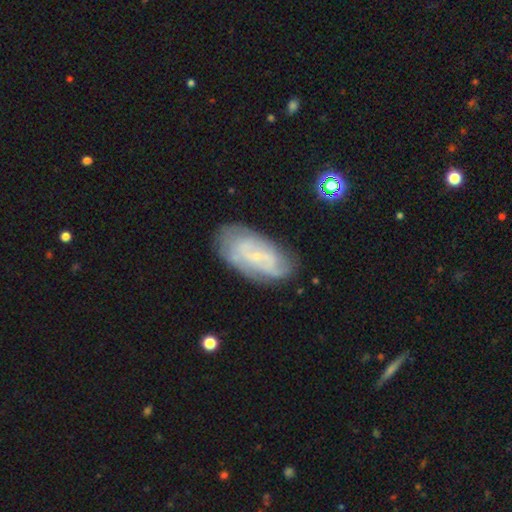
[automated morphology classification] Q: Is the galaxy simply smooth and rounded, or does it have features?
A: featured or disk — 66%.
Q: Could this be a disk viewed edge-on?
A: no — 93%.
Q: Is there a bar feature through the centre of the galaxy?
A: no — 58%.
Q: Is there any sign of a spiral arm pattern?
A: yes — 78%.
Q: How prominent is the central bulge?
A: small — 77%.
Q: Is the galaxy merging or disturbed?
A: none — 69%.